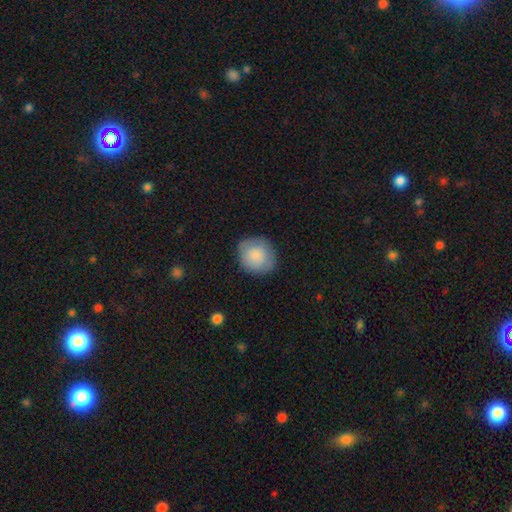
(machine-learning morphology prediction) A smooth galaxy with no disk features (83%) that is round (80%).

Vote fractions:
- Smooth or featured? smooth: 83% / featured or disk: 10% / star or artifact: 7%
- How rounded? round: 80% / in between: 19% / cigar-shaped: 1%
- Merging? none: 82% / minor disturbance: 13% / major disturbance: 3% / merger: 1%